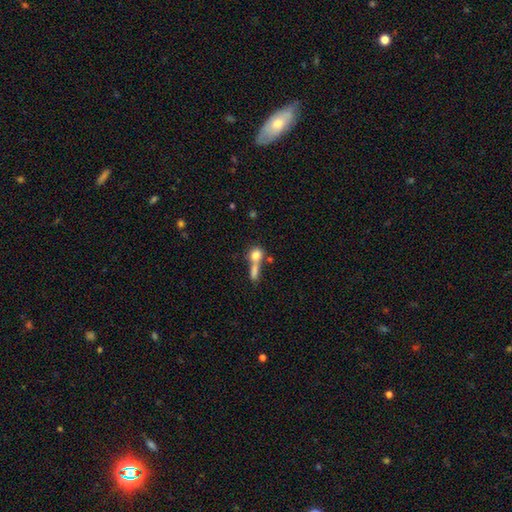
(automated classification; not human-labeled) The model was most divided on "merging": merger: 50%, none: 30%, minor disturbance: 10%, major disturbance: 10%. More confident: smooth or featured — smooth (75%); how rounded — round (59%).